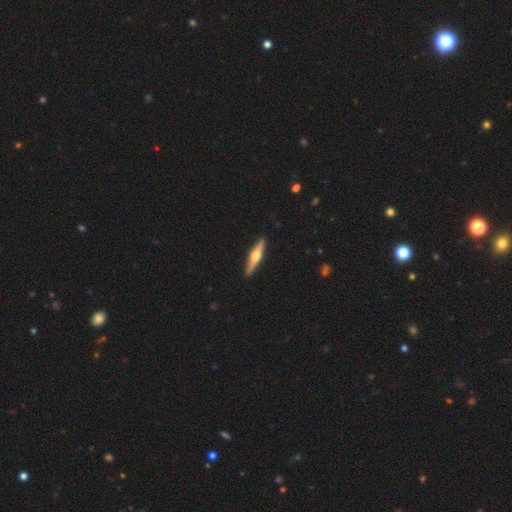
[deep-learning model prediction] Overall: featured or disk (65%; smooth 31%). Edge-on disk: yes (97%). Edge-on bulge: rounded (94%). Merging: none (92%).